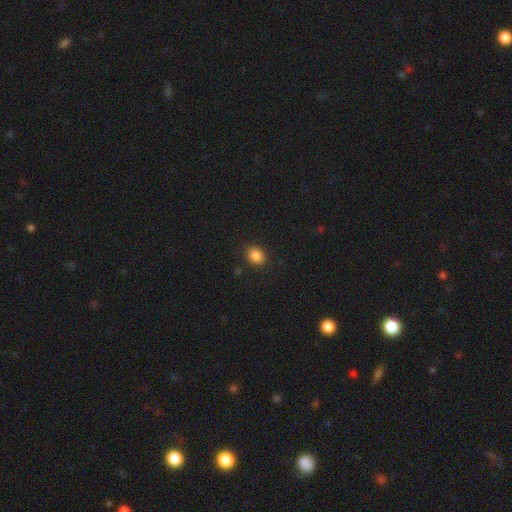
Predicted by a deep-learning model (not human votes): Smooth or featured: smooth — 86% (star or artifact — 10%)
How rounded: in between — 53% (round — 46%)
Merging: none — 88% (minor disturbance — 8%)